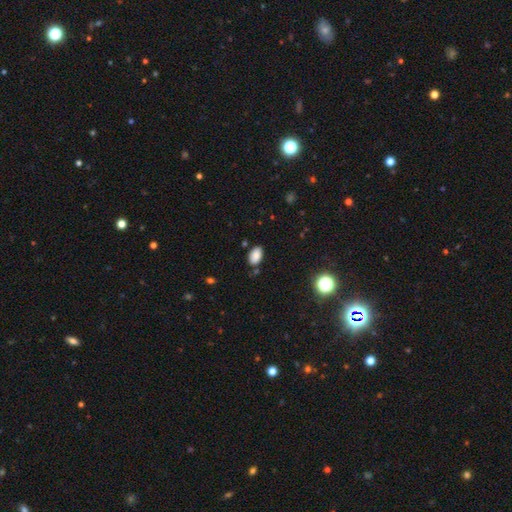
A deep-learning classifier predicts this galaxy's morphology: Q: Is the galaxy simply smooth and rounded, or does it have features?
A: smooth — 84%.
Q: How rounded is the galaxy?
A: in between — 92%.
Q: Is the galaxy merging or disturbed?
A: none — 79%.